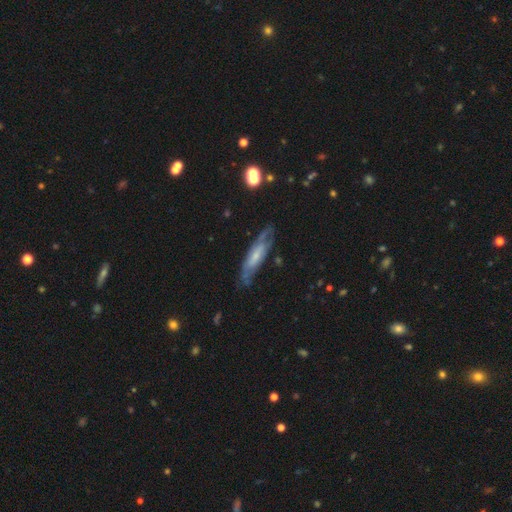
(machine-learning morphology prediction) featured or disk 63%, smooth 30%, star or artifact 7%. Down the decision tree: edge-on disk — no (64%); merging — none (66%).